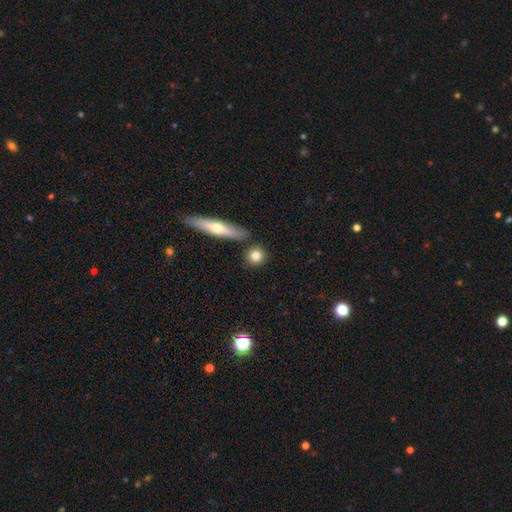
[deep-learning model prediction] This appears to be a smooth galaxy with no disk features (80%) that is round (82%). Merging: none (80%).